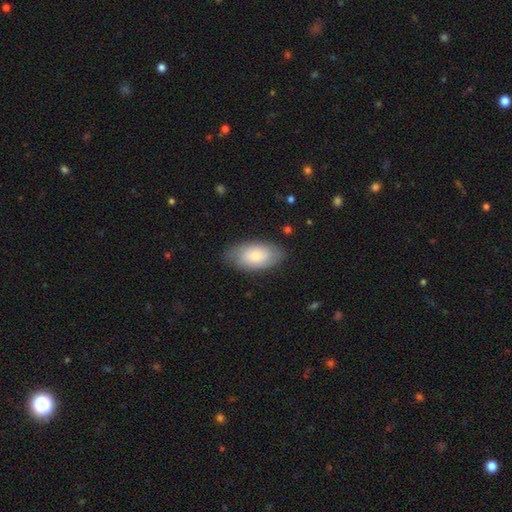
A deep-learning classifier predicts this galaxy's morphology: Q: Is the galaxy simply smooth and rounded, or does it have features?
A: smooth — 71%.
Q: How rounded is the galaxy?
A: in between — 94%.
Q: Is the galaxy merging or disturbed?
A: none — 76%.